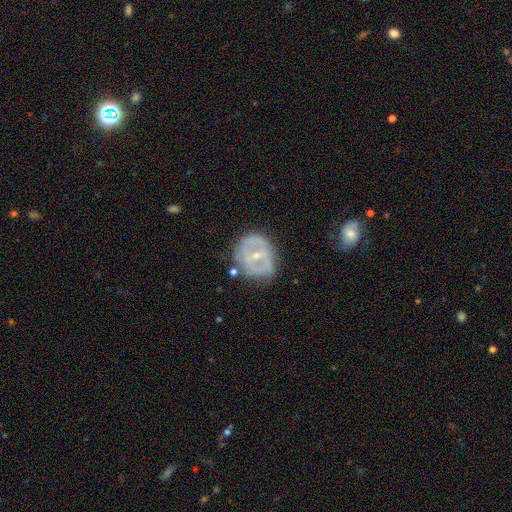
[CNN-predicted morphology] type=featured or disk (73%); edge-on=no (96%); bar=weak (41%); spiral arms=yes (61%); bulge=small (64%); merging=none (59%).